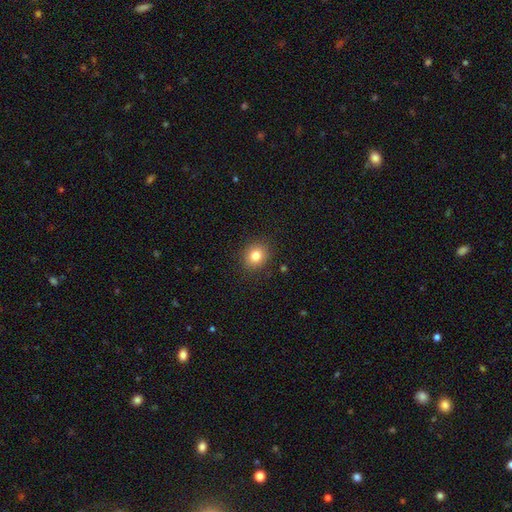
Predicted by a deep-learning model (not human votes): This is clearly a smooth galaxy (82%). How rounded: likely round (74%). Merging: clearly none (89%).